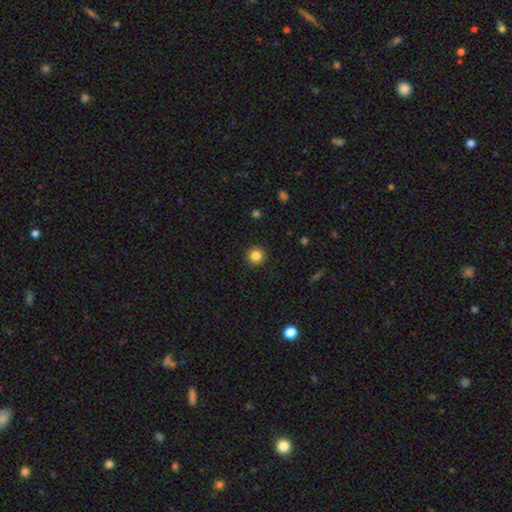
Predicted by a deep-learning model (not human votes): Overall: smooth (84%). How rounded: round (95%). Merging: none (92%).